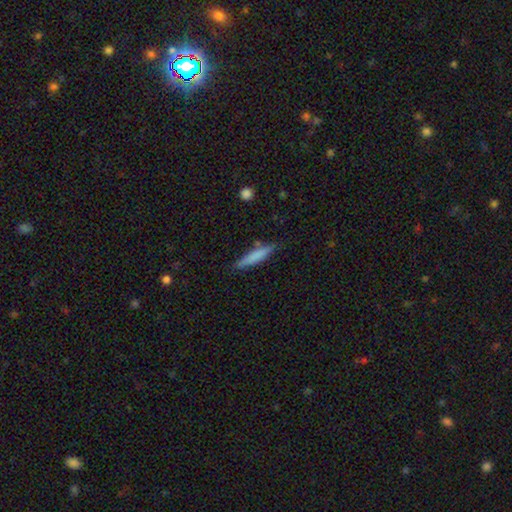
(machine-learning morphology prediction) smooth_or_featured: smooth (p=0.75) [alt: featured or disk p=0.19]
how_rounded: cigar-shaped (p=0.88) [alt: in between p=0.10]
merging: none (p=0.81) [alt: minor disturbance p=0.13]